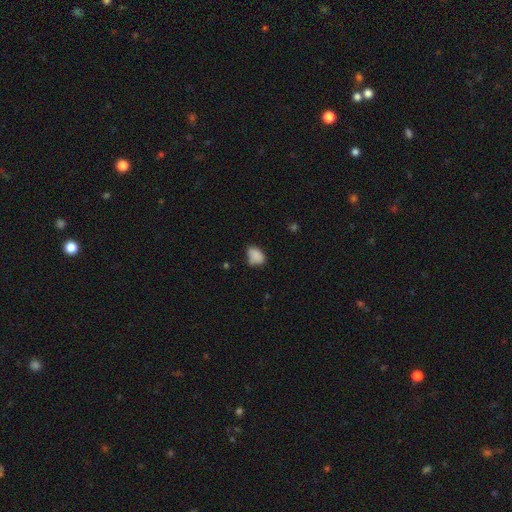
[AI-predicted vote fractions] Smooth or featured: smooth — 84% (star or artifact — 10%)
How rounded: in between — 81% (round — 18%)
Merging: none — 53% (minor disturbance — 35%)